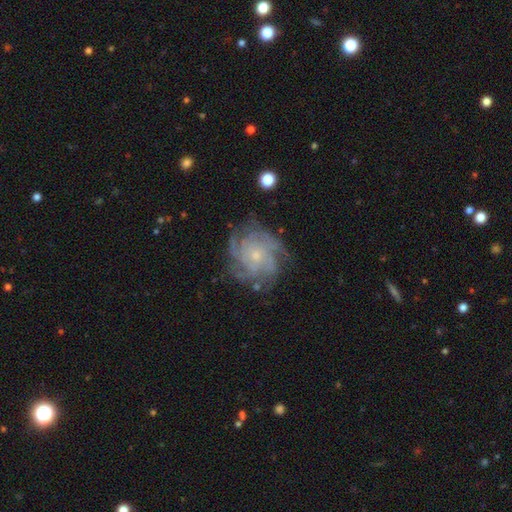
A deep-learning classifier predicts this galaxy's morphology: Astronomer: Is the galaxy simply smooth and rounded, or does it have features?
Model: featured or disk — 85%.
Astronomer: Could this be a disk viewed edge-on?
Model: no — 97%.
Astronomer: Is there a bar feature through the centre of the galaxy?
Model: no — 79%.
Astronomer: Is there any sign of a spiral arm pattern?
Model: yes — 96%.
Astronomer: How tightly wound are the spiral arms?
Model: tight — 64%.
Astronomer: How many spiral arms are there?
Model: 4 — 31% (runner-up: more than 4, 23%).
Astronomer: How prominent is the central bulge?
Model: small — 72%.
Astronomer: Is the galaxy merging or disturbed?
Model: none — 76%.